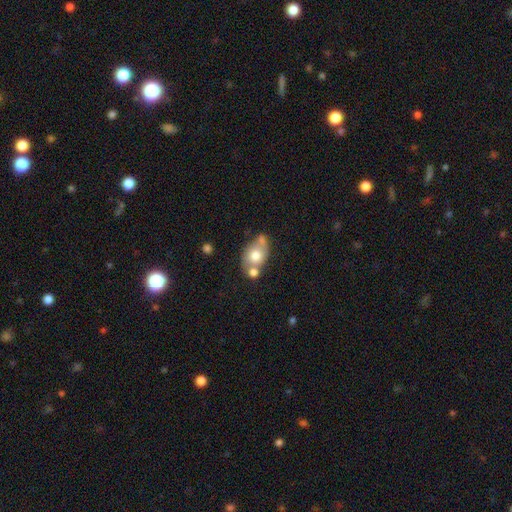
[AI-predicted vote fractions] smooth_or_featured: smooth (p=0.66) [alt: featured or disk p=0.26]
how_rounded: in between (p=0.68) [alt: round p=0.30]
merging: merger (p=0.39) [alt: none p=0.38]